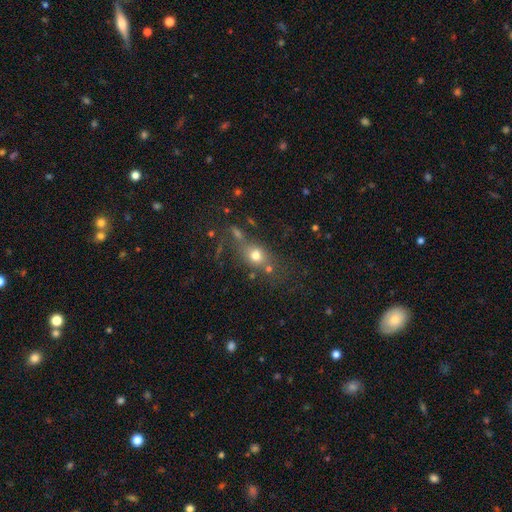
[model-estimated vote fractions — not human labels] smooth_or_featured: smooth (p=0.67) [alt: star or artifact p=0.17]
how_rounded: round (p=0.49) [alt: in between p=0.45]
merging: none (p=0.57) [alt: merger p=0.17]